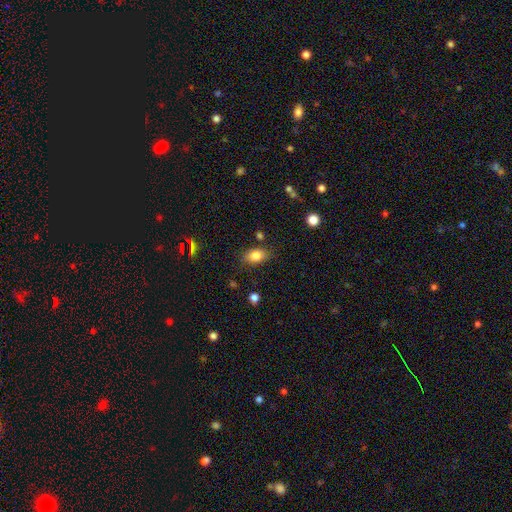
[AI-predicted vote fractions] This appears to be a smooth galaxy with no disk features (82%) that is in between round and cigar-shaped (84%). Merging: none (78%).